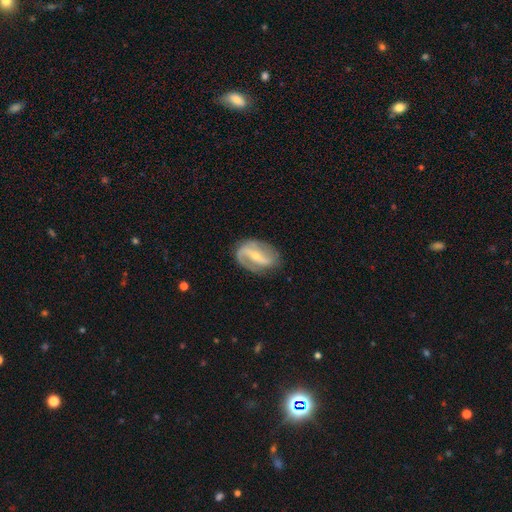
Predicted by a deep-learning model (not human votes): Smooth or featured: featured or disk — 85% (smooth — 10%)
Edge-on disk: no — 96% (yes — 4%)
Bar: strong — 50% (weak — 31%)
Spiral arms: yes — 93% (no — 7%)
Spiral winding: medium — 41% (loose — 38%)
Spiral arm count: 2 — 78% (1 — 12%)
Bulge size: small — 63% (moderate — 34%)
Merging: none — 72% (minor disturbance — 18%)